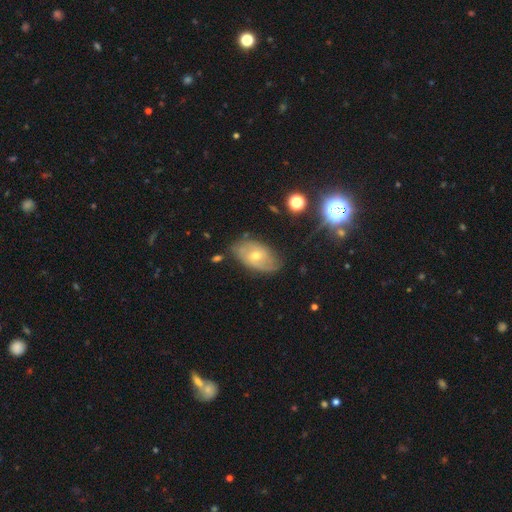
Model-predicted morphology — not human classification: Overall: featured or disk (53%; smooth 37%). Edge-on disk: no (90%). Merging: none (69%).